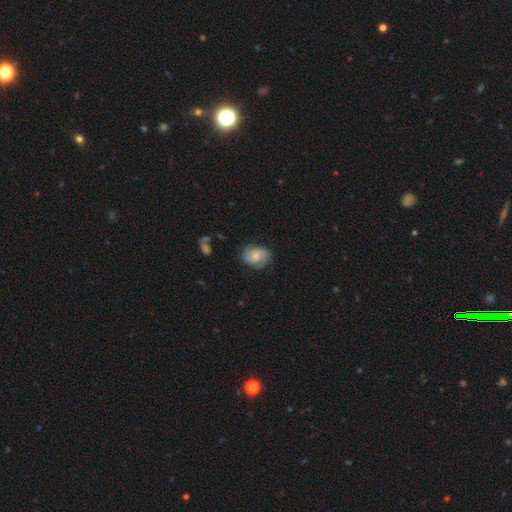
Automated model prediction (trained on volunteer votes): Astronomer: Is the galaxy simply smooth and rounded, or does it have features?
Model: featured or disk — 61%.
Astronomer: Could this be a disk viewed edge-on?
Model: no — 97%.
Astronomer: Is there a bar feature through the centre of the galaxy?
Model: no — 57% (runner-up: weak, 37%).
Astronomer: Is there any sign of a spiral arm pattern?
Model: yes — 93%.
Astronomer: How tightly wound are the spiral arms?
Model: medium — 46% (runner-up: tight, 32%).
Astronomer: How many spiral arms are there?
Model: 2 — 77%.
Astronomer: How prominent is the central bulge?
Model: moderate — 41% (runner-up: small, 38%).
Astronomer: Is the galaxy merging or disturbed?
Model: none — 73%.